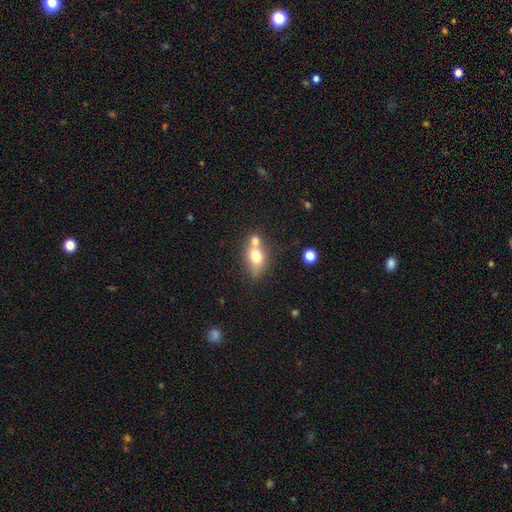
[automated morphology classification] smooth_or_featured: smooth (p=0.69) [alt: featured or disk p=0.21]
how_rounded: in between (p=0.65) [alt: round p=0.30]
merging: merger (p=0.46) [alt: none p=0.38]